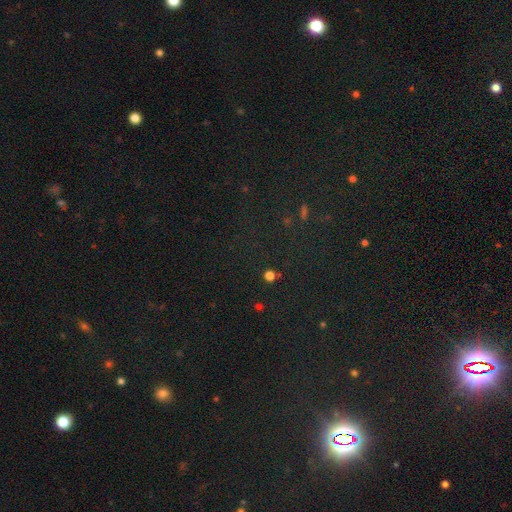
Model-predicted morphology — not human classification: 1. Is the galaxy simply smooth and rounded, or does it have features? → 77% star or artifact, 16% smooth, 7% featured or disk.